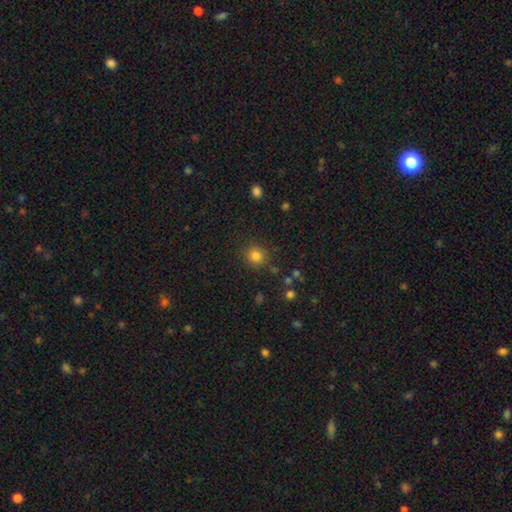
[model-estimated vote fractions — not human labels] A smooth galaxy with no disk features (82%) that is round (90%).

Vote fractions:
- Smooth or featured? smooth: 82% / star or artifact: 13% / featured or disk: 5%
- How rounded? round: 90% / in between: 9% / cigar-shaped: 1%
- Merging? none: 86% / minor disturbance: 8% / major disturbance: 3% / merger: 3%